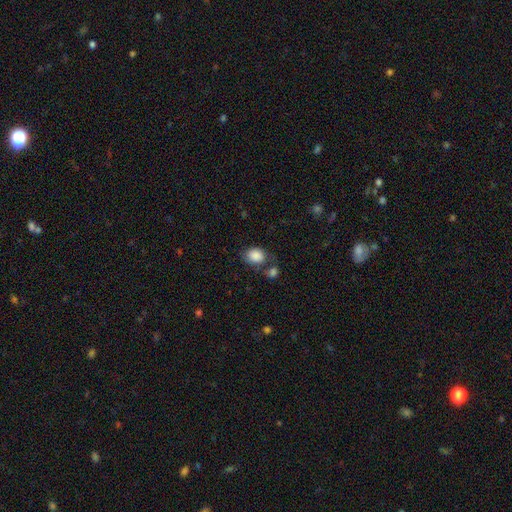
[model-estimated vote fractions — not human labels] Morphology: type=smooth (87%); roundness=in between (58%); merging=none (58%).